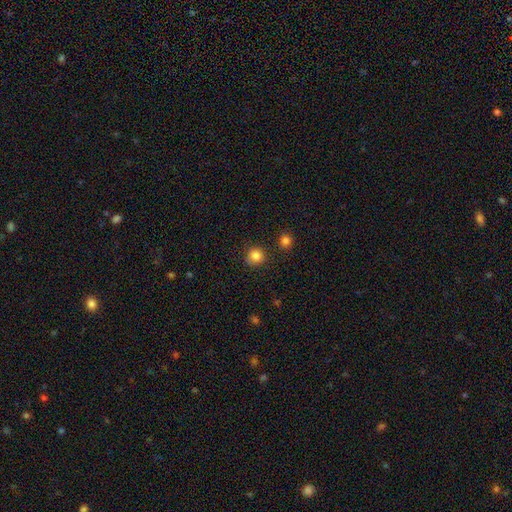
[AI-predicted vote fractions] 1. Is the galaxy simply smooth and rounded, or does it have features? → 84% smooth, 12% star or artifact, 4% featured or disk.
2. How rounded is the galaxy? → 90% round, 9% in between, 1% cigar-shaped.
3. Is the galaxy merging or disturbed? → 82% none, 11% minor disturbance, 4% merger, 3% major disturbance.